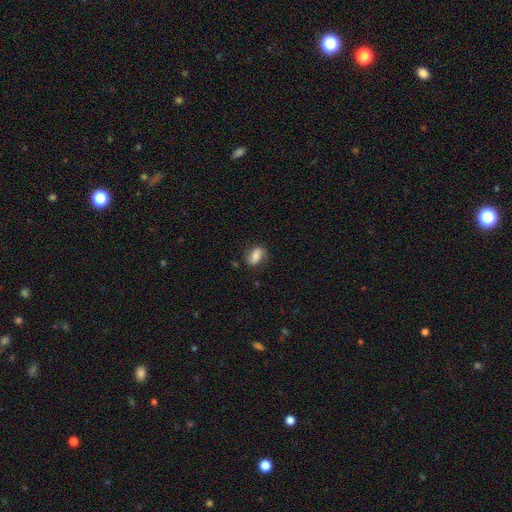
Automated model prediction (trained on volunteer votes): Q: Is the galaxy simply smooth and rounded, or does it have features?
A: smooth — 70%.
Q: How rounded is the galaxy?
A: in between — 81%.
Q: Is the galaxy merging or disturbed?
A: none — 73%.